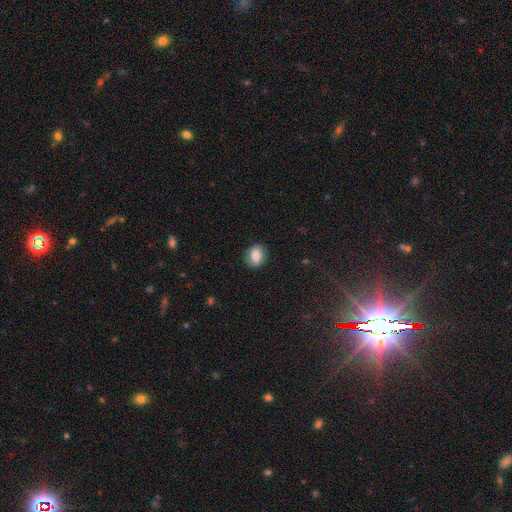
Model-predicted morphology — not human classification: This is likely a smooth galaxy (80%). How rounded: likely in between (61%). Merging: clearly none (86%).